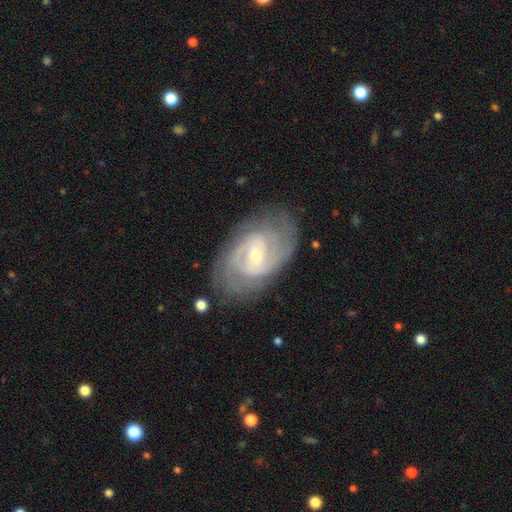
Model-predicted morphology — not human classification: The model was most divided on "bar": weak: 47%, no: 35%, strong: 18%. Remaining: edge-on disk — no (96%); spiral arms — yes (96%); smooth or featured — featured or disk (87%); merging — none (77%); bulge size — small (60%); spiral winding — tight (60%); spiral arm count — 2 (48%).